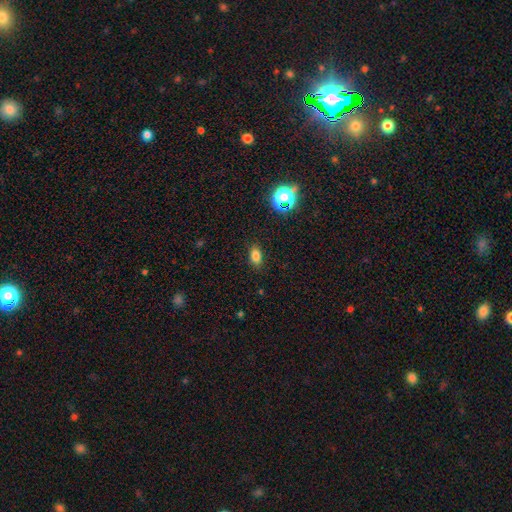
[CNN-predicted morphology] smooth-or-featured: smooth: 80% | star or artifact: 14% | featured or disk: 6%
  how-rounded: in between: 85% | round: 12% | cigar-shaped: 3%
  merging: none: 87% | minor disturbance: 9% | major disturbance: 3% | merger: 1%